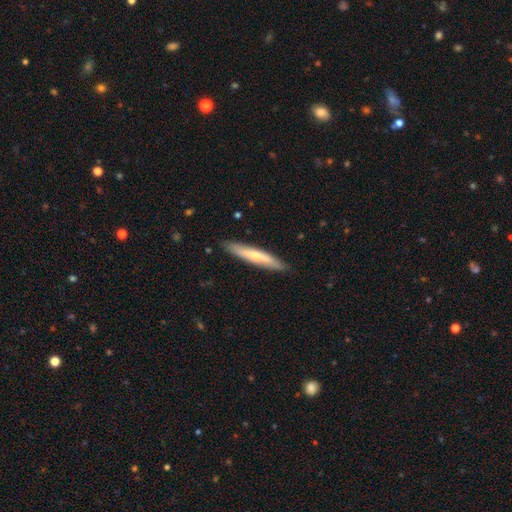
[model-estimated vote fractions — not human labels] Smooth or featured? smooth (54%)
How rounded? cigar-shaped (92%)
Merging? none (88%)